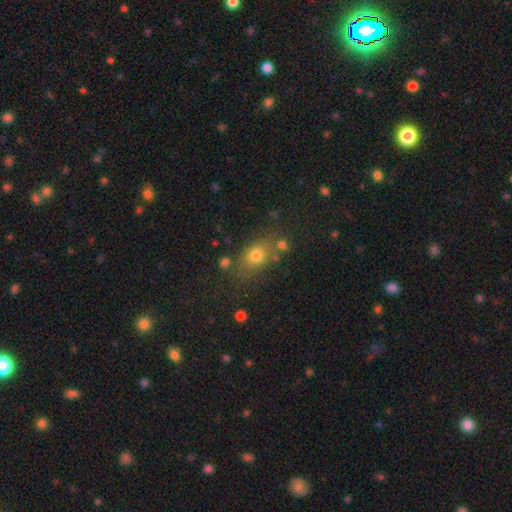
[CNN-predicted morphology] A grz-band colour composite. It shows a smooth galaxy with no disk features (74%) that is in between round and cigar-shaped (60%). Merging: none (68%).